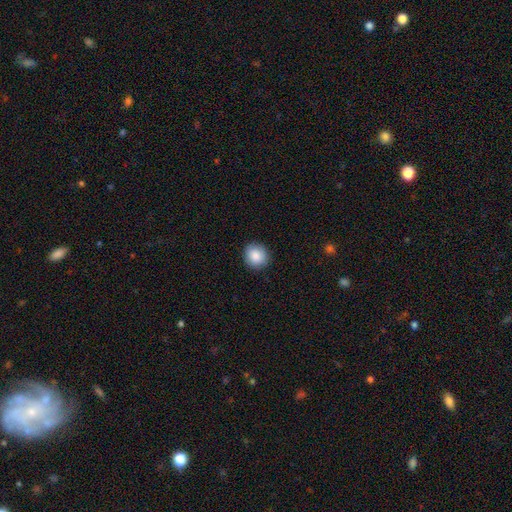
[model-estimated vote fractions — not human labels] Smooth or featured: smooth — 87% (star or artifact — 8%)
How rounded: round — 89% (in between — 10%)
Merging: none — 90% (minor disturbance — 7%)